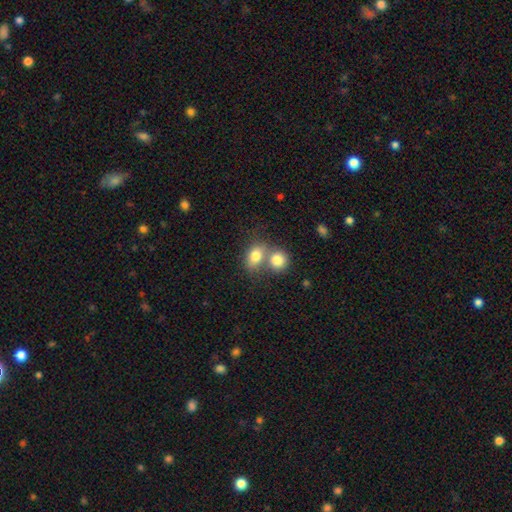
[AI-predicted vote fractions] Smooth or featured?
  - smooth: 79% *
  - featured or disk: 12%
  - star or artifact: 9%
How rounded?
  - in between: 62% *
  - round: 36%
  - cigar-shaped: 2%
Merging?
  - merger: 56% *
  - none: 32%
  - minor disturbance: 8%
  - major disturbance: 4%